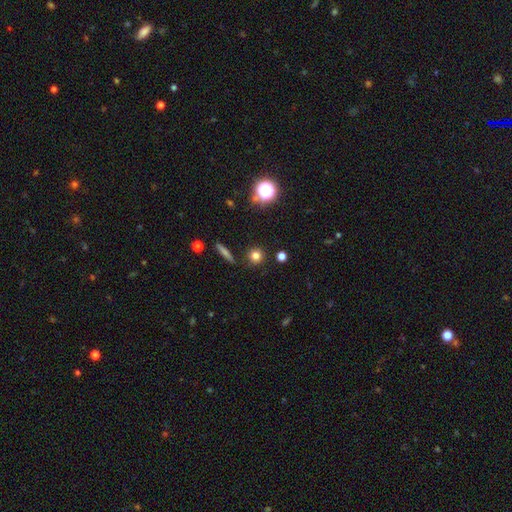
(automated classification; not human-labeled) A smooth galaxy with no disk features (78%) that is round (91%).

Vote fractions:
- Smooth or featured? smooth: 78% / star or artifact: 15% / featured or disk: 7%
- How rounded? round: 91% / in between: 7% / cigar-shaped: 2%
- Merging? none: 88% / minor disturbance: 7% / merger: 3% / major disturbance: 2%